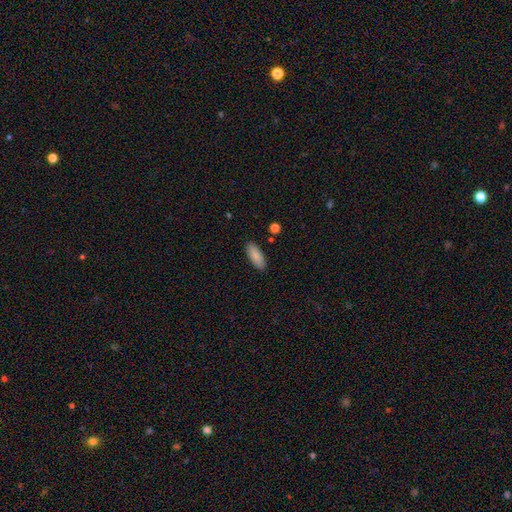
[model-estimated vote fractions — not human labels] Smooth or featured? smooth (86%)
How rounded? in between (78%)
Merging? none (89%)